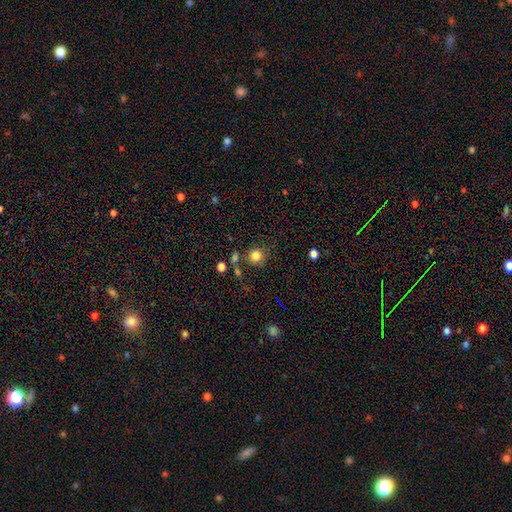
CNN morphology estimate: Smooth or featured? smooth (81%)
How rounded? round (91%)
Merging? none (74%)